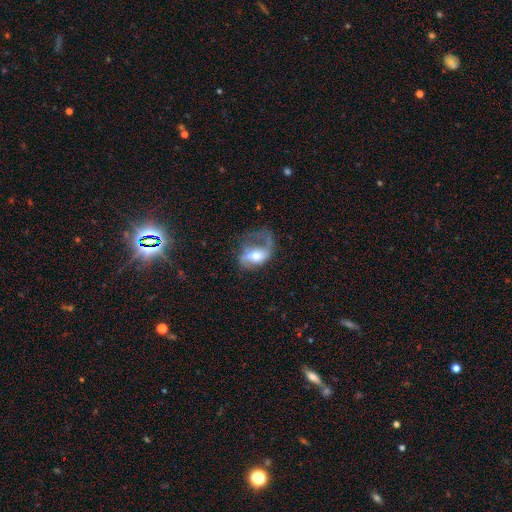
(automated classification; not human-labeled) Smooth or featured? Predicted: featured or disk (p=0.63). Edge-on disk? Predicted: no (p=0.94). Bar? Predicted: weak (p=0.39). Spiral arms? Predicted: yes (p=0.79). Bulge size? Predicted: moderate (p=0.62). Merging? Predicted: major disturbance (p=0.45).